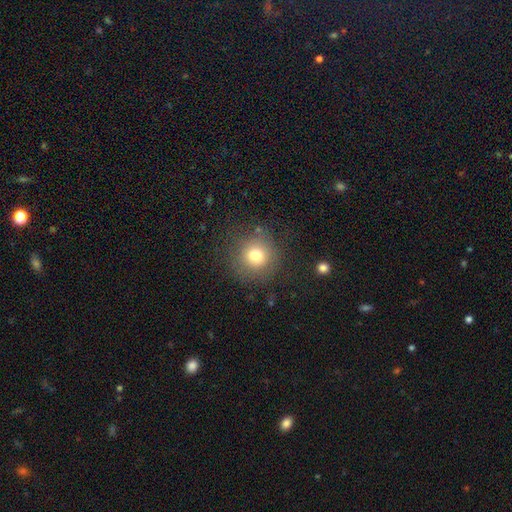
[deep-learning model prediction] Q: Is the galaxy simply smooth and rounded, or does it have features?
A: smooth — 77%.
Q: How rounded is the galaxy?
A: round — 91%.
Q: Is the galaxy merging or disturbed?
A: none — 81%.